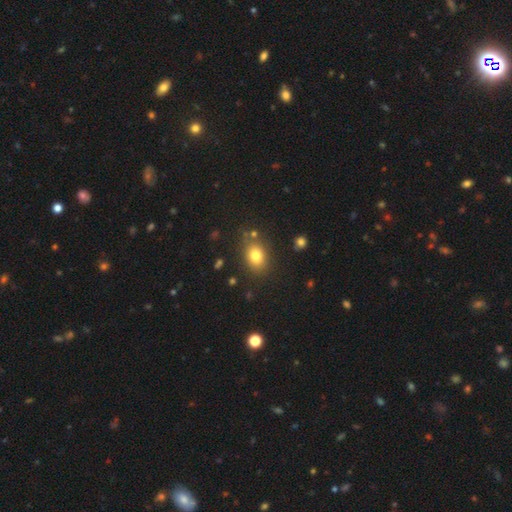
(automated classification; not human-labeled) This appears to be a smooth galaxy with no disk features (79%) that is in between round and cigar-shaped (67%). Merging: none (80%).